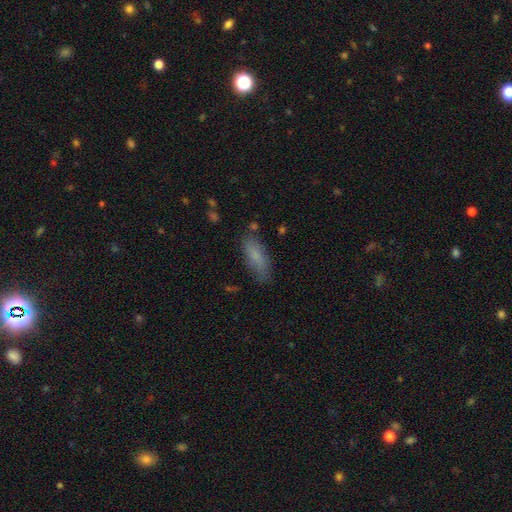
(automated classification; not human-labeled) This appears to be a smooth galaxy with no disk features (79%) that is in between round and cigar-shaped (62%). Merging: none (71%).